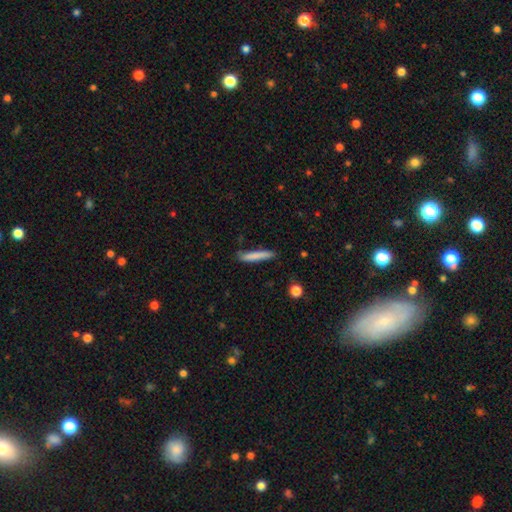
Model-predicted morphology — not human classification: A smooth galaxy with no disk features (81%) that is cigar-shaped (91%). Merging: none (81%).